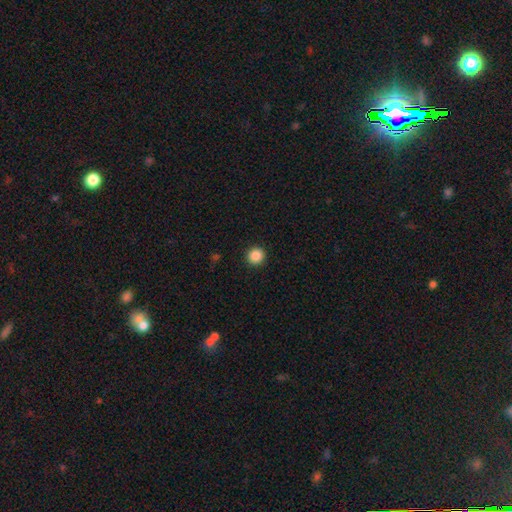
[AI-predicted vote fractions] Morphology: type=smooth (88%); roundness=round (94%); merging=none (93%).